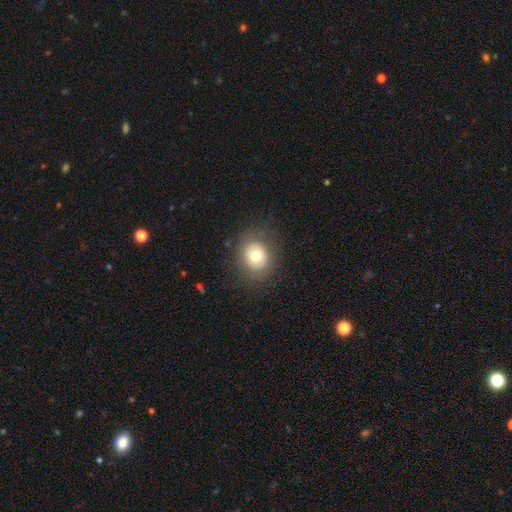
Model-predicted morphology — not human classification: Q: Smooth or featured?
A: smooth (68%); runner-up: featured or disk (21%)
Q: How rounded?
A: round (72%); runner-up: in between (27%)
Q: Merging?
A: none (82%); runner-up: minor disturbance (11%)